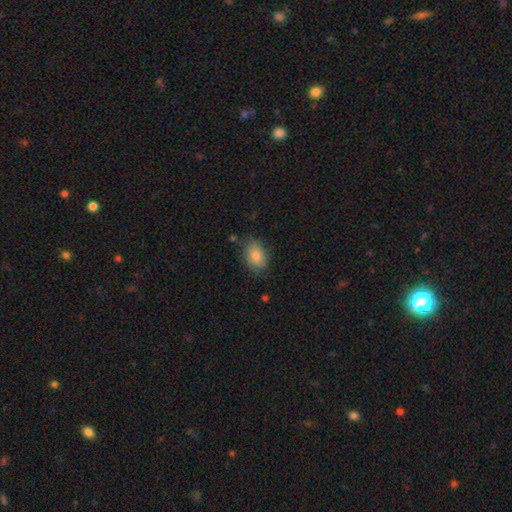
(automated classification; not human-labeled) Smooth or featured? Predicted: smooth (p=0.80). How rounded? Predicted: in between (p=0.82). Merging? Predicted: none (p=0.73).